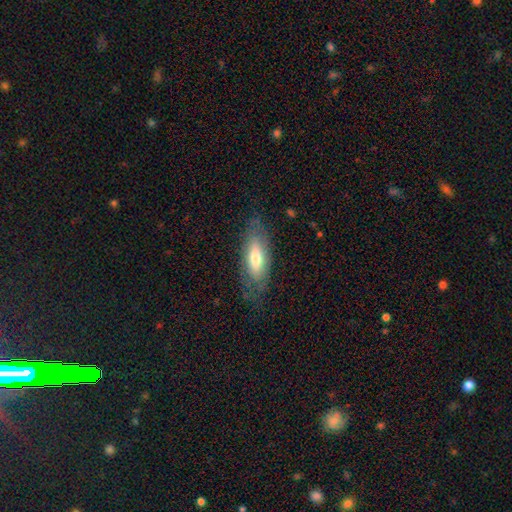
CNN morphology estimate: Smooth or featured?
  - smooth: 60% *
  - featured or disk: 33%
  - star or artifact: 6%
How rounded?
  - in between: 68% *
  - cigar-shaped: 30%
  - round: 2%
Merging?
  - none: 75% *
  - minor disturbance: 18%
  - major disturbance: 6%
  - merger: 1%